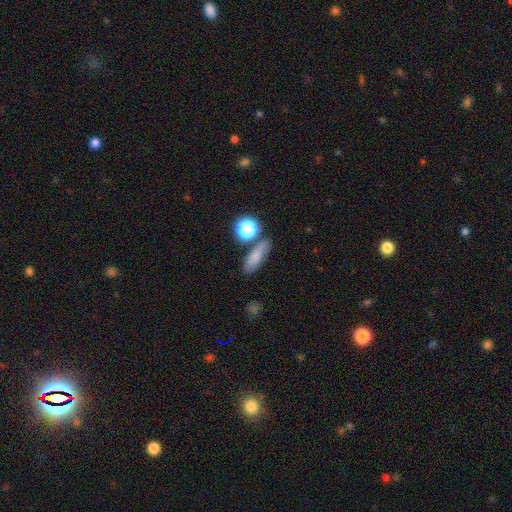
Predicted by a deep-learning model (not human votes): smooth_or_featured: smooth (p=0.72) [alt: star or artifact p=0.15]
how_rounded: in between (p=0.55) [alt: cigar-shaped p=0.29]
merging: none (p=0.67) [alt: minor disturbance p=0.15]